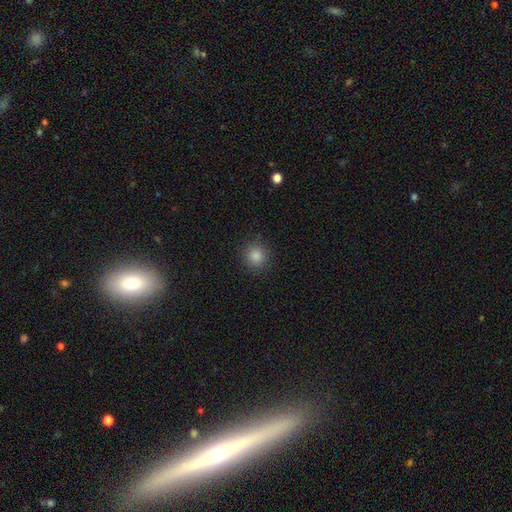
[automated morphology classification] smooth-or-featured: smooth: 82% | star or artifact: 13% | featured or disk: 4%
  how-rounded: round: 94% | in between: 5% | cigar-shaped: 1%
  merging: none: 91% | minor disturbance: 6% | major disturbance: 2% | merger: 1%